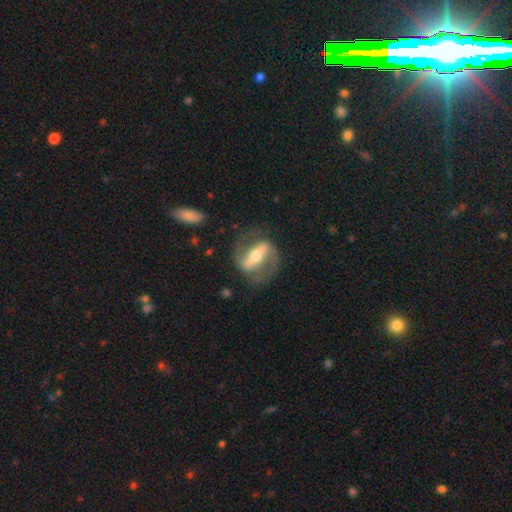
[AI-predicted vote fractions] Smooth or featured? featured or disk (85%)
Edge-on disk? no (88%)
Bar? strong (77%)
Spiral arms? yes (83%)
Spiral winding? medium (50%)
Spiral arm count? 2 (90%)
Bulge size? moderate (63%)
Merging? none (75%)